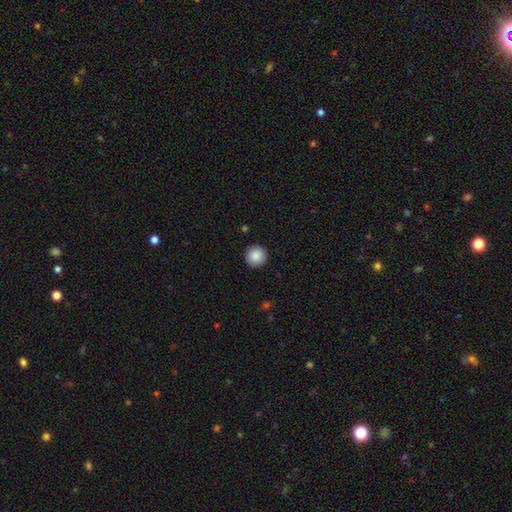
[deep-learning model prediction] The model was most divided on "smooth or featured": smooth: 89%, star or artifact: 8%, featured or disk: 3%. More confident: how rounded — round (95%); merging — none (93%).